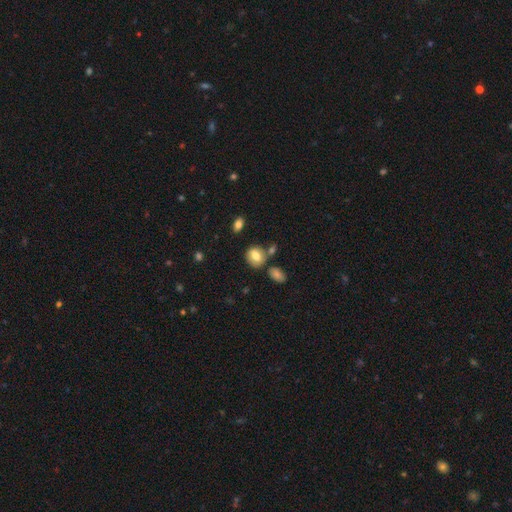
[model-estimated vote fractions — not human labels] Morphology: type=smooth (76%); roundness=in between (51%); merging=none (67%).